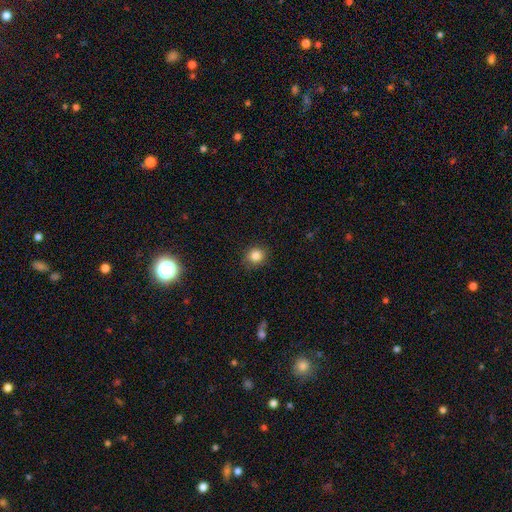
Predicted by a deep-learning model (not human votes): A smooth galaxy with no disk features (84%) that is round (86%). Merging: none (87%).